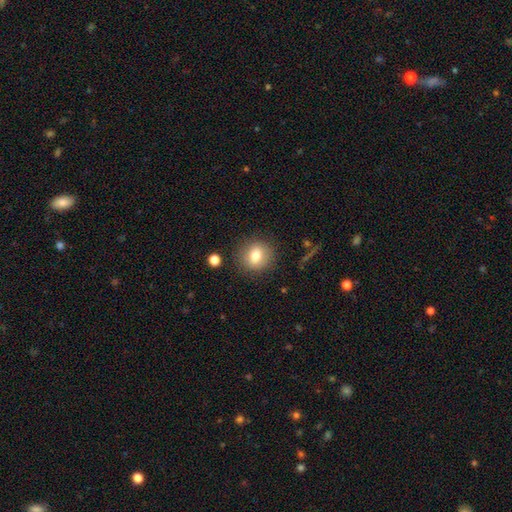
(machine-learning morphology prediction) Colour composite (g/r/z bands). It shows a smooth galaxy with no disk features (77%) that is round (78%). Merging: none (86%).